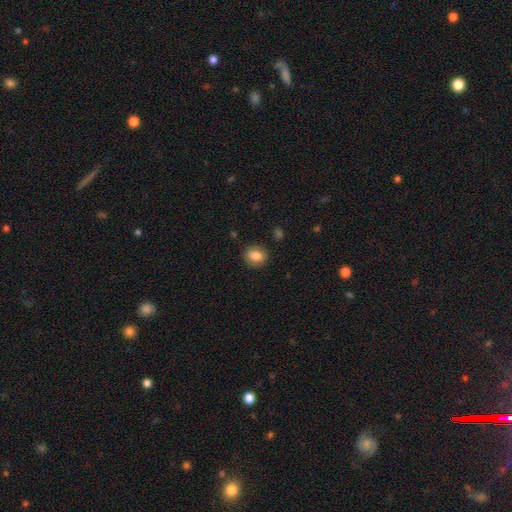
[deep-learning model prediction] smooth-or-featured: smooth: 80% | featured or disk: 11% | star or artifact: 9%
  how-rounded: round: 57% | in between: 41% | cigar-shaped: 1%
  merging: none: 84% | minor disturbance: 11% | major disturbance: 3% | merger: 1%